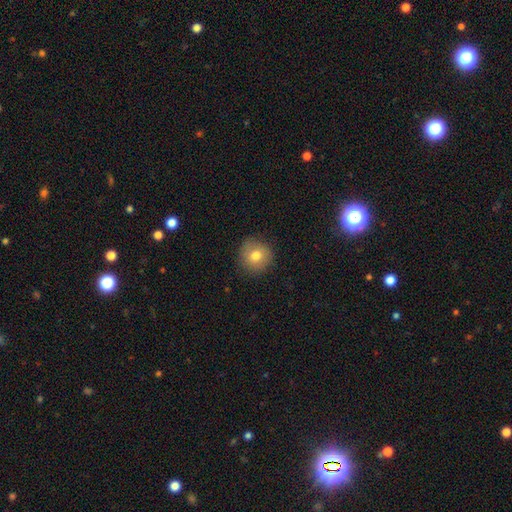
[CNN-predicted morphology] The model was most divided on "smooth or featured": smooth: 76%, featured or disk: 15%, star or artifact: 9%. More confident: how rounded — round (90%); merging — none (84%).